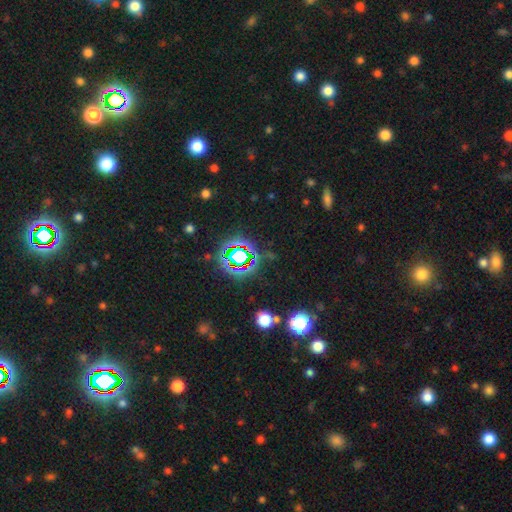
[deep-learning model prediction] Morphology: type=star or artifact (80%).